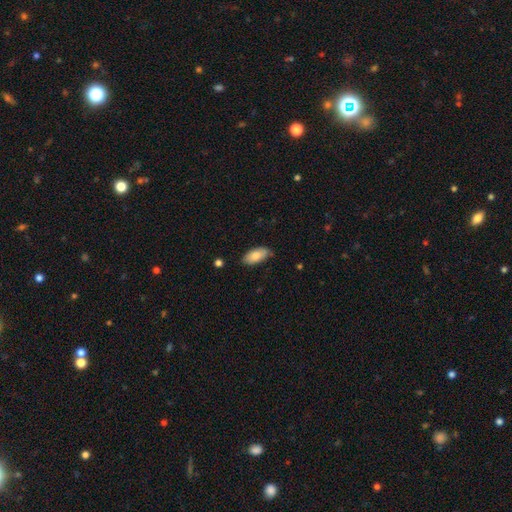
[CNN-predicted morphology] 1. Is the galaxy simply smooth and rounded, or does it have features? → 82% smooth, 12% featured or disk, 6% star or artifact.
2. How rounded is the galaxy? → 91% in between, 7% cigar-shaped, 2% round.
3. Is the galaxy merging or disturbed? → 78% none, 18% minor disturbance, 3% major disturbance, 2% merger.